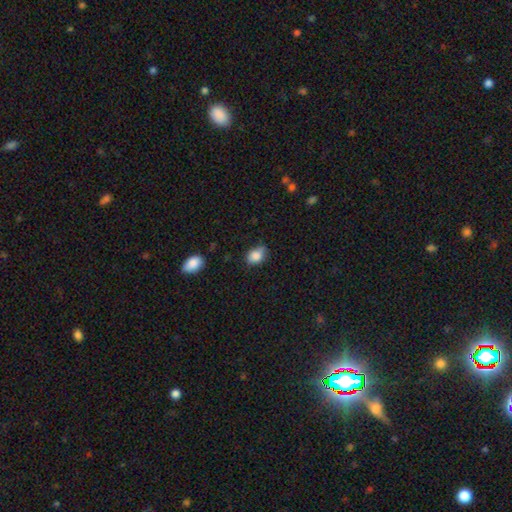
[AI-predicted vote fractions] smooth 85%, star or artifact 9%, featured or disk 6%. Down the decision tree: how rounded — in between (69%); merging — none (56%).